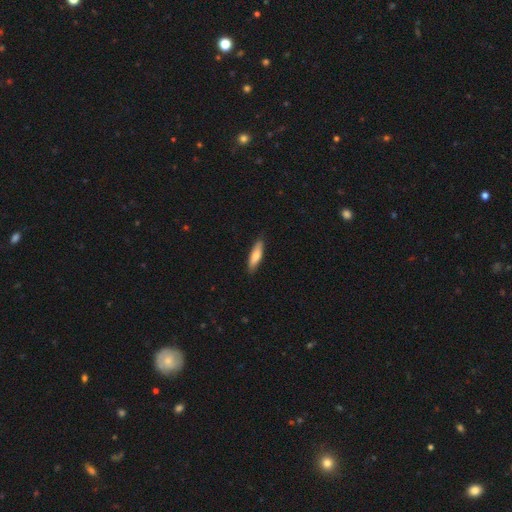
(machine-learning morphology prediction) This is likely a smooth galaxy (73%). How rounded: likely cigar-shaped (64%). Merging: clearly none (87%).